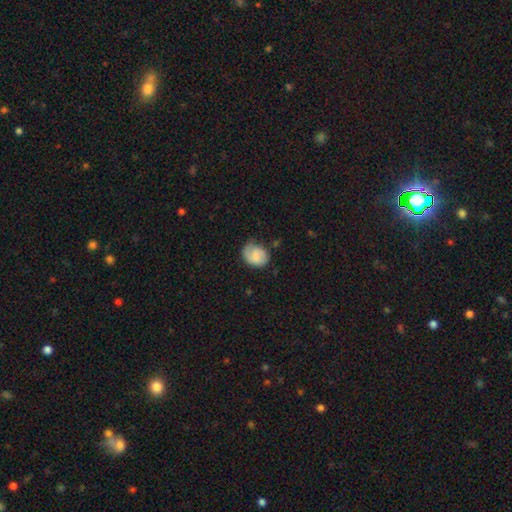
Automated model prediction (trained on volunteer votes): A smooth galaxy with no disk features (54%) that is round (50%).

Vote fractions:
- Smooth or featured? smooth: 54% / featured or disk: 39% / star or artifact: 7%
- How rounded? round: 50% / in between: 49% / cigar-shaped: 1%
- Merging? none: 62% / minor disturbance: 27% / major disturbance: 9% / merger: 2%